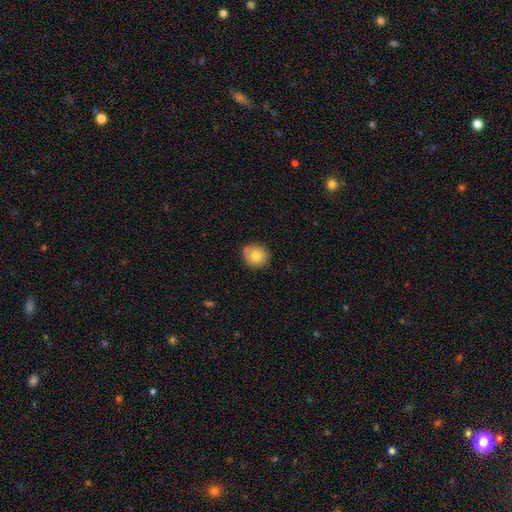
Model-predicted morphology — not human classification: A smooth galaxy with no disk features (78%) that is round (80%).

Vote fractions:
- Smooth or featured? smooth: 78% / featured or disk: 13% / star or artifact: 9%
- How rounded? round: 80% / in between: 19% / cigar-shaped: 1%
- Merging? none: 79% / minor disturbance: 16% / merger: 3% / major disturbance: 3%